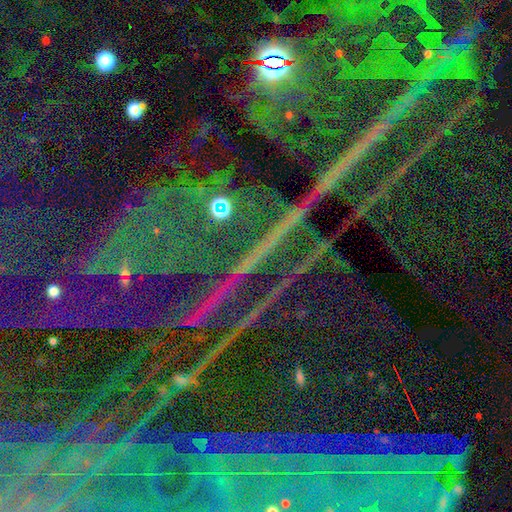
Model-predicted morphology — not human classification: Q: Smooth or featured?
A: star or artifact (87%); runner-up: featured or disk (7%)